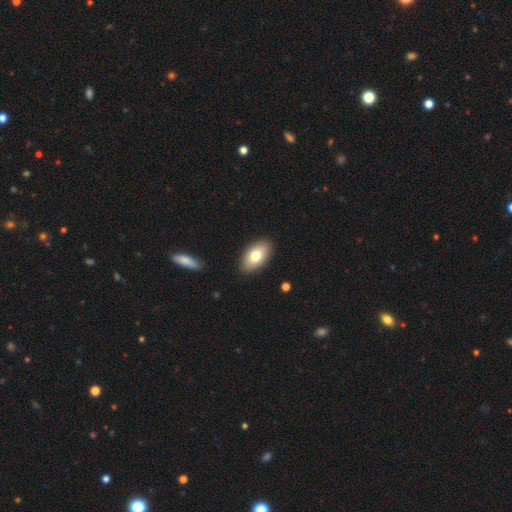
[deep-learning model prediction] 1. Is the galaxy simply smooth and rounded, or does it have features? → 77% smooth, 16% featured or disk, 7% star or artifact.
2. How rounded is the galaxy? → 93% in between, 5% round, 2% cigar-shaped.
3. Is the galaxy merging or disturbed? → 89% none, 8% minor disturbance, 2% major disturbance, 1% merger.